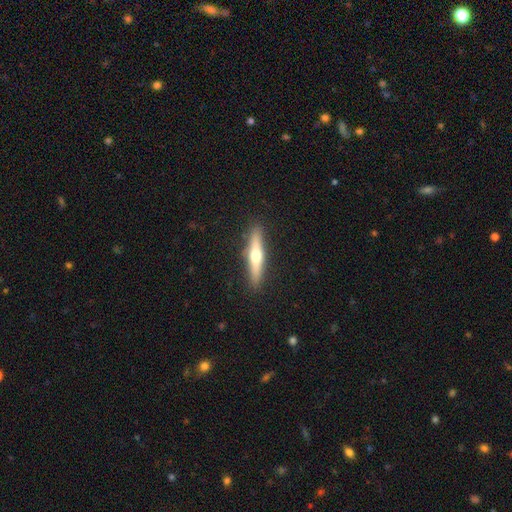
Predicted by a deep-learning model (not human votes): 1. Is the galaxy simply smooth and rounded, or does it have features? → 52% featured or disk, 42% smooth, 6% star or artifact.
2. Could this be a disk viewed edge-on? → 93% yes, 7% no.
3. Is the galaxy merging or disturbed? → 90% none, 7% minor disturbance, 2% major disturbance, 1% merger.